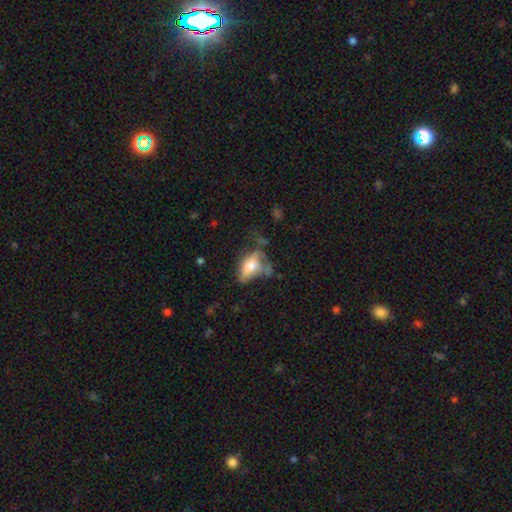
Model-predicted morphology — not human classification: Smooth or featured? smooth (55%)
How rounded? in between (86%)
Merging? major disturbance (34%)